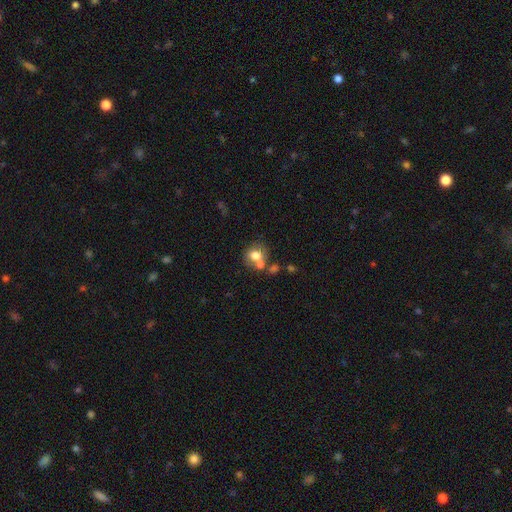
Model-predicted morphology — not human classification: Overall: smooth (72%). How rounded: round (70%; in between 30%). Merging: none (47%; merger 36%).